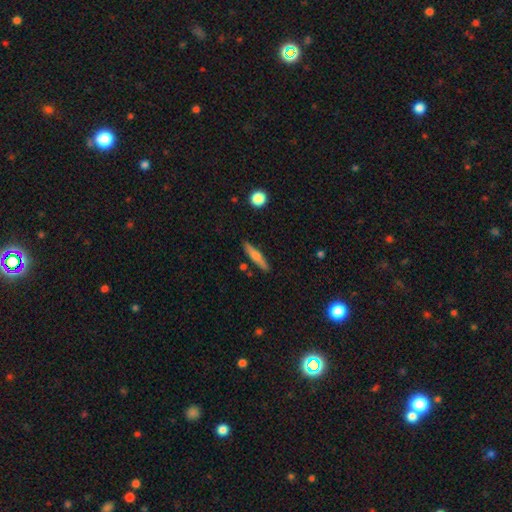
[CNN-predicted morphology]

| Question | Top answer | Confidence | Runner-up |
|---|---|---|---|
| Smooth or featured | smooth | 55% | featured or disk (39%) |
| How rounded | cigar-shaped | 86% | in between (12%) |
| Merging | none | 86% | minor disturbance (9%) |